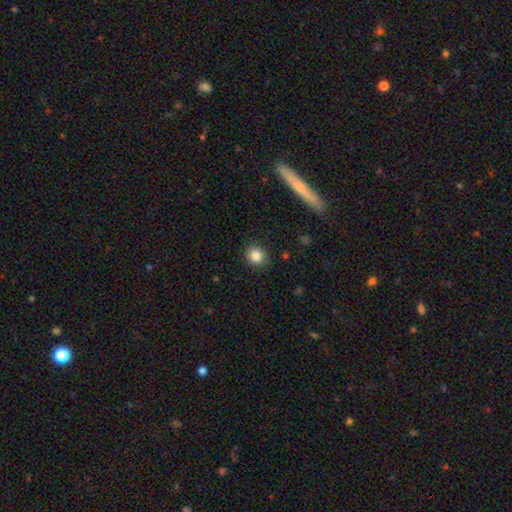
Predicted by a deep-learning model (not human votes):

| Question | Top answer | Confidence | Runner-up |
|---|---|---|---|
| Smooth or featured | smooth | 85% | star or artifact (10%) |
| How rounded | round | 82% | in between (17%) |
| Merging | none | 89% | minor disturbance (8%) |